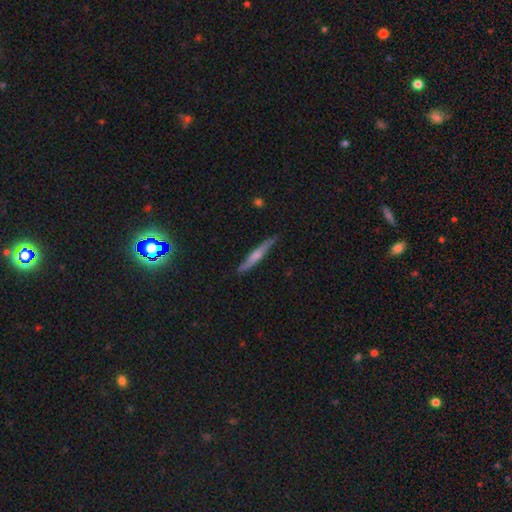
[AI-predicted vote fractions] This appears to be a smooth galaxy with no disk features (50%). Merging: none (83%).